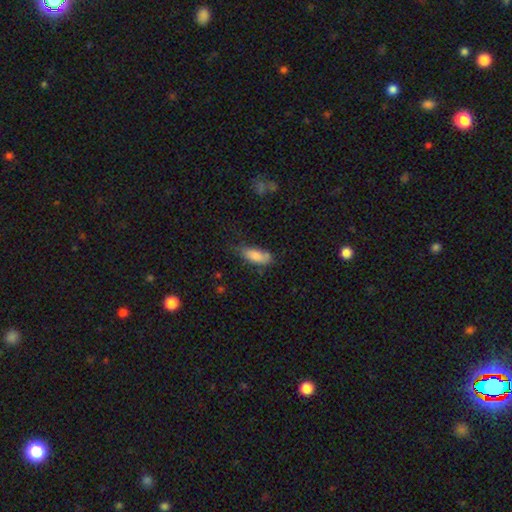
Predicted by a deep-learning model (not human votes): A smooth galaxy with no disk features (82%) that is in between round and cigar-shaped (79%). Merging: none (53%).